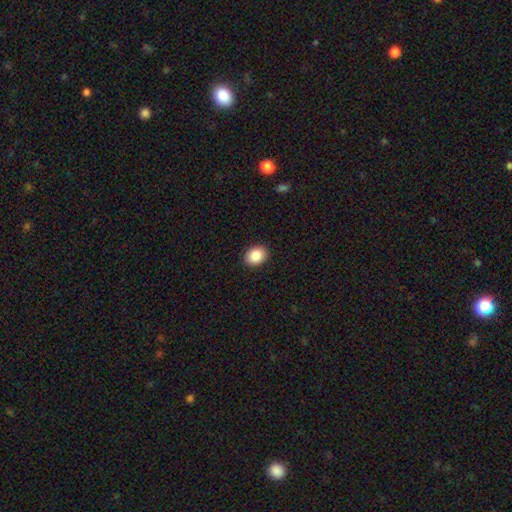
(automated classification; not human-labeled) Smooth or featured? Predicted: smooth (p=0.87). How rounded? Predicted: in between (p=0.59). Merging? Predicted: none (p=0.91).